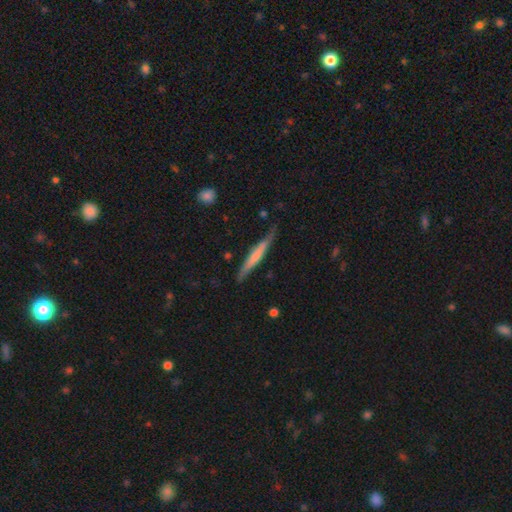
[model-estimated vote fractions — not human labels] Smooth or featured? smooth (51%)
How rounded? cigar-shaped (95%)
Merging? none (73%)